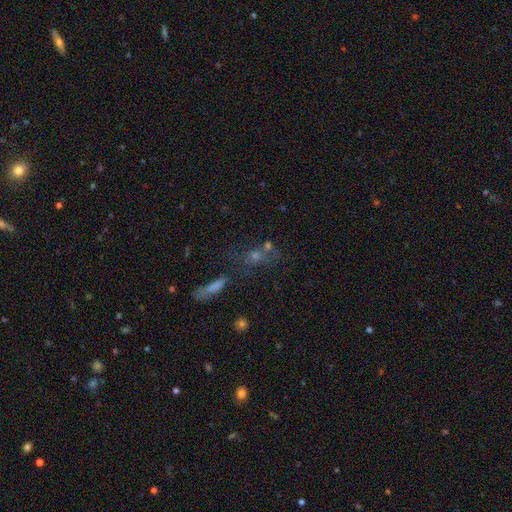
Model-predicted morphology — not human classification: smooth_or_featured: star or artifact (p=0.39) [tied with: smooth p=0.39]